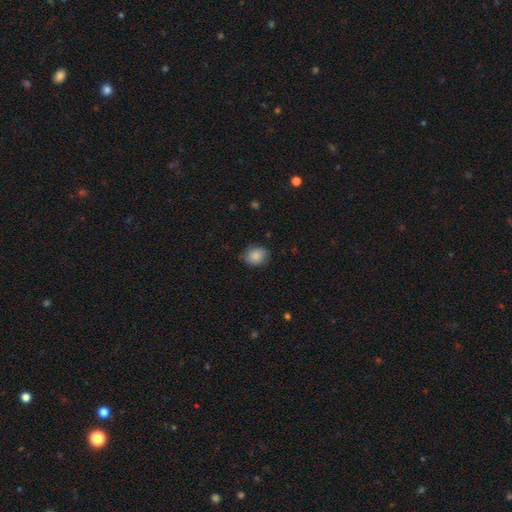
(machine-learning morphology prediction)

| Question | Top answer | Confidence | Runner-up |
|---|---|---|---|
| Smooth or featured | smooth | 87% | star or artifact (8%) |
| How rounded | round | 59% | in between (40%) |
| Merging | none | 79% | minor disturbance (17%) |